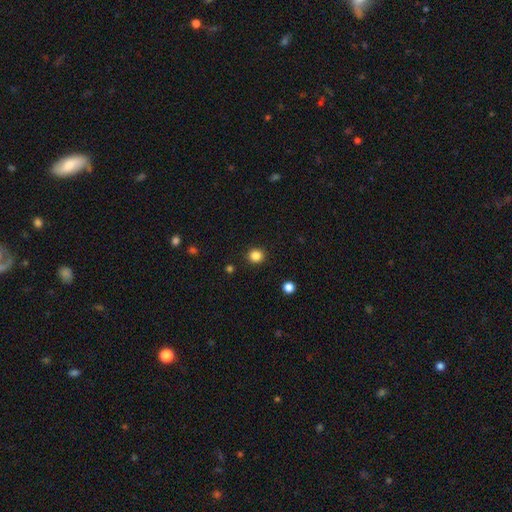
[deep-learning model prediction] The model was most divided on "smooth or featured": smooth: 85%, star or artifact: 12%, featured or disk: 3%. More confident: merging — none (92%); how rounded — round (90%).